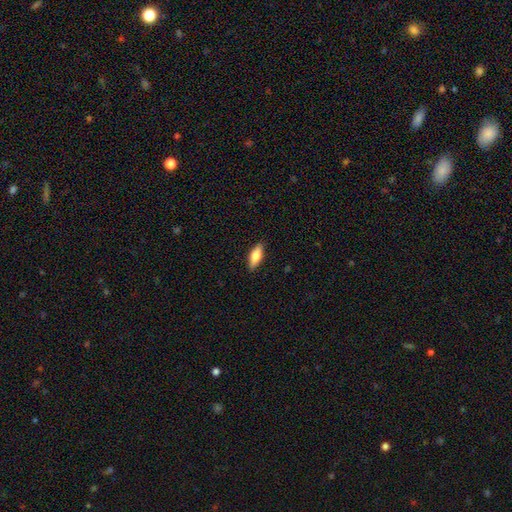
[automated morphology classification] smooth 66%, featured or disk 28%, star or artifact 6%. Down the decision tree: how rounded — in between (65%); merging — none (89%).